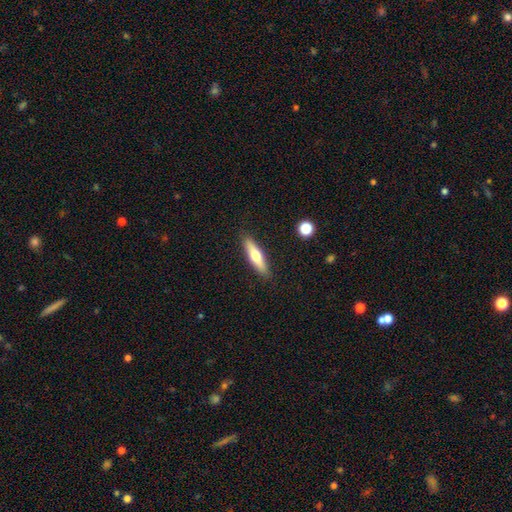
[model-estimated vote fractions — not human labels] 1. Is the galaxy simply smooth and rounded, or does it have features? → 52% smooth, 42% featured or disk, 6% star or artifact.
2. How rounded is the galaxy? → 78% cigar-shaped, 20% in between, 2% round.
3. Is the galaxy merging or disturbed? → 89% none, 8% minor disturbance, 2% major disturbance, 1% merger.